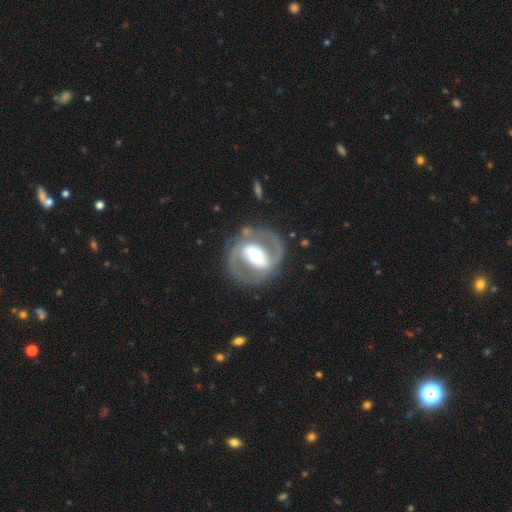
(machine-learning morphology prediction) This appears to be a featured or disk galaxy (83%) with a strong bar (49%), 2 (89%) medium (50%) spiral arms (77%) and a moderate central bulge (64%). Merging: none (79%).